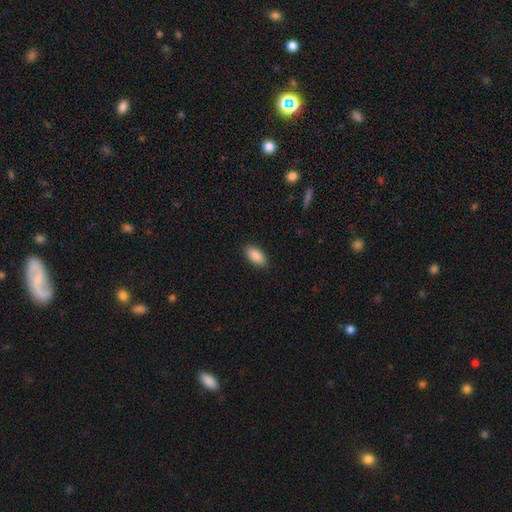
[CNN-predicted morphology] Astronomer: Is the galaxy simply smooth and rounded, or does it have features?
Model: smooth — 90%.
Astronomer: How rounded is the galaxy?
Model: in between — 92%.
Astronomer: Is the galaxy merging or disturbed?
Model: none — 88%.